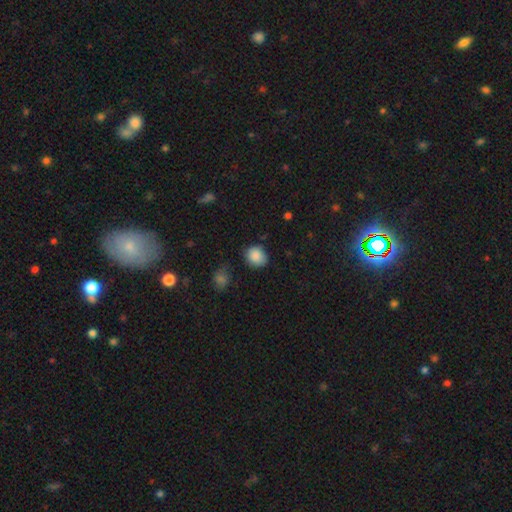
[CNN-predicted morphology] A smooth galaxy with no disk features (87%) that is round (67%). Merging: none (74%).